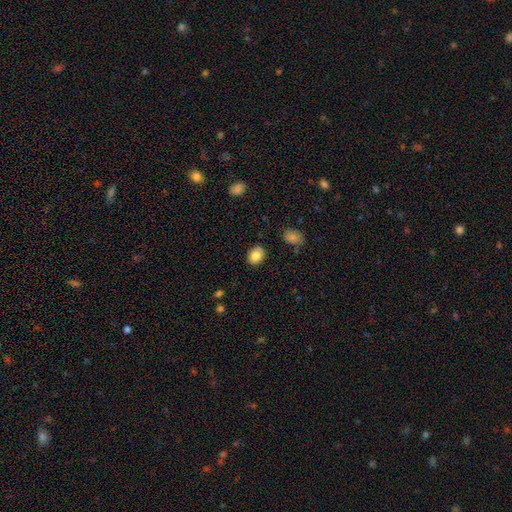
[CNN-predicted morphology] smooth_or_featured: smooth (p=0.84) [alt: star or artifact p=0.08]
how_rounded: in between (p=0.60) [alt: round p=0.39]
merging: none (p=0.86) [alt: minor disturbance p=0.10]